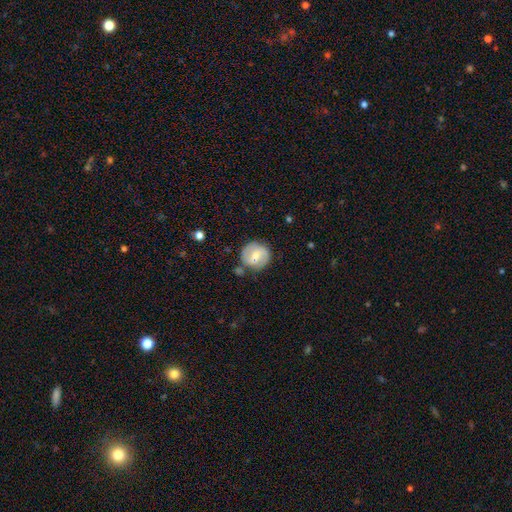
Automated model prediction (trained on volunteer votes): Smooth or featured?
  - featured or disk: 49% *
  - smooth: 44%
  - star or artifact: 7%
Merging?
  - none: 71% *
  - minor disturbance: 17%
  - merger: 6%
  - major disturbance: 5%